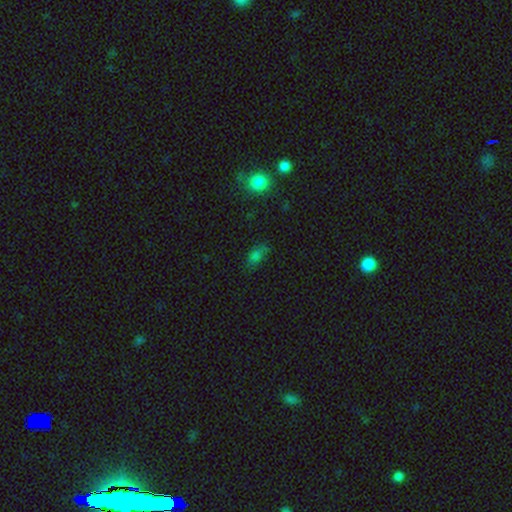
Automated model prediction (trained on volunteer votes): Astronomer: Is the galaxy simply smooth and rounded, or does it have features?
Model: smooth — 71%.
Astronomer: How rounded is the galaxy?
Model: in between — 83%.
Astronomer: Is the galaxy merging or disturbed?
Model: none — 66%.